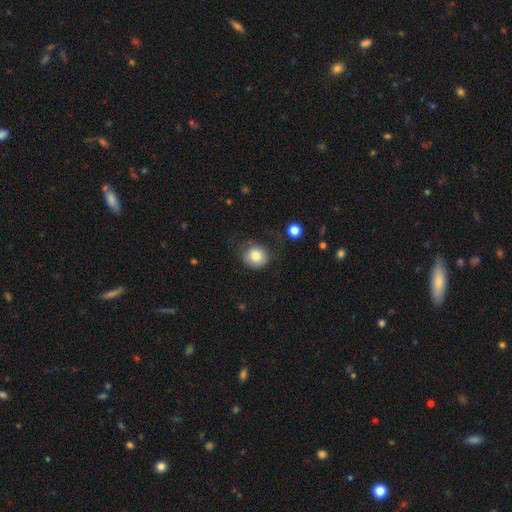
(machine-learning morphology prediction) smooth-or-featured: smooth: 82% | star or artifact: 9% | featured or disk: 9%
  how-rounded: round: 85% | in between: 15% | cigar-shaped: 1%
  merging: none: 65% | minor disturbance: 21% | major disturbance: 12% | merger: 2%